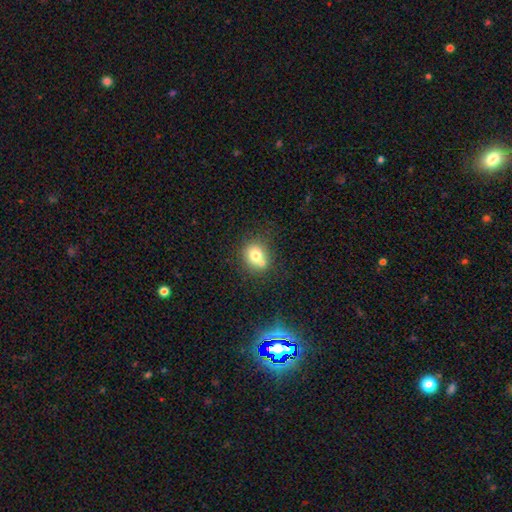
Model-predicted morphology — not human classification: This is likely a smooth galaxy (73%). How rounded: likely round (76%). Merging: possibly none (57%).